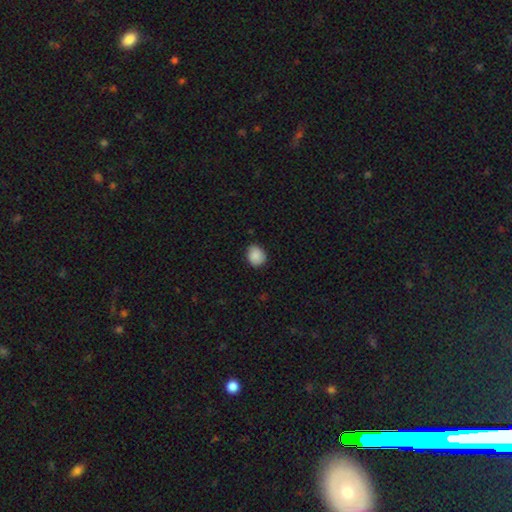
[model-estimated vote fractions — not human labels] Smooth or featured? smooth (88%)
How rounded? round (64%)
Merging? none (82%)